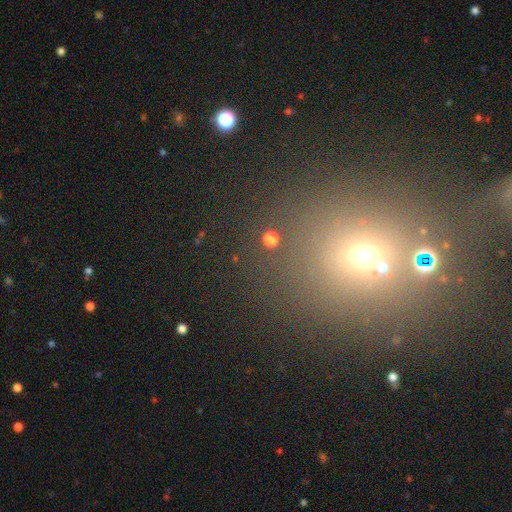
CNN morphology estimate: The model was most divided on "smooth or featured": star or artifact: 50%, smooth: 40%, featured or disk: 10%.